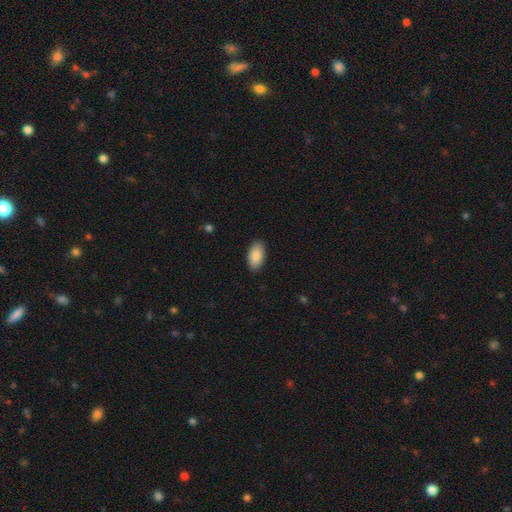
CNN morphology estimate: smooth-or-featured: smooth: 89% | star or artifact: 6% | featured or disk: 5%
  how-rounded: in between: 95% | cigar-shaped: 3% | round: 3%
  merging: none: 89% | minor disturbance: 8% | major disturbance: 2% | merger: 1%